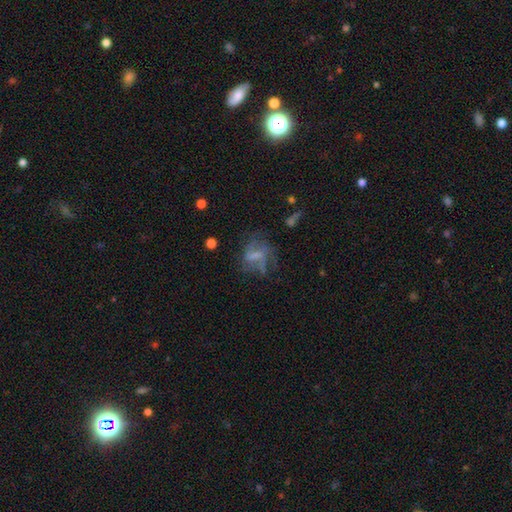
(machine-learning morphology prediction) Smooth or featured: featured or disk — 53% (smooth — 32%)
Edge-on disk: no — 95% (yes — 5%)
Bar: weak — 40% (no — 39%)
Spiral arms: yes — 52% (no — 48%)
Bulge size: none — 48% (small — 26%)
Merging: none — 43% (major disturbance — 33%)